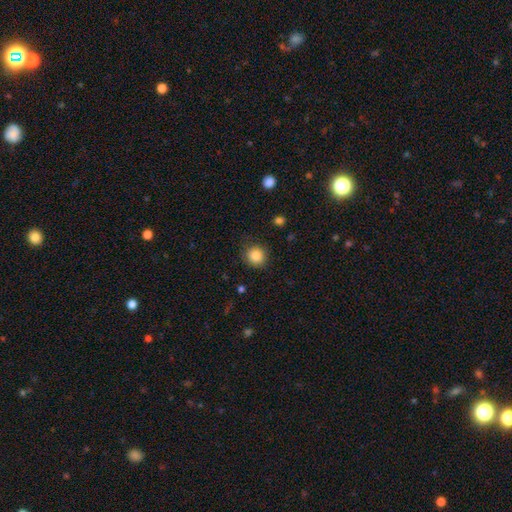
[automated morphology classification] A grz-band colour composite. It shows a smooth galaxy with no disk features (86%) that is round (88%). Merging: none (85%).